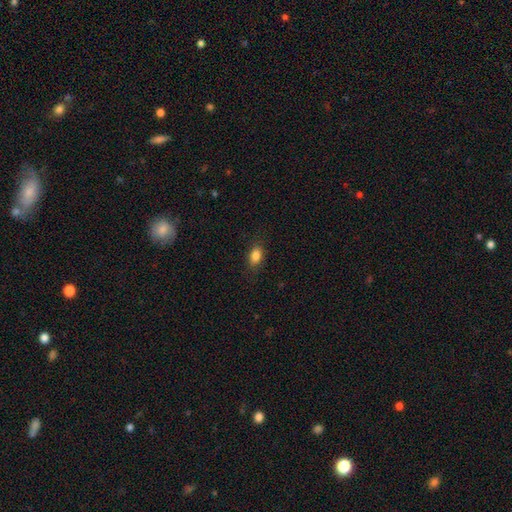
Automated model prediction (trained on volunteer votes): Morphology: type=smooth (85%); roundness=in between (85%); merging=none (85%).